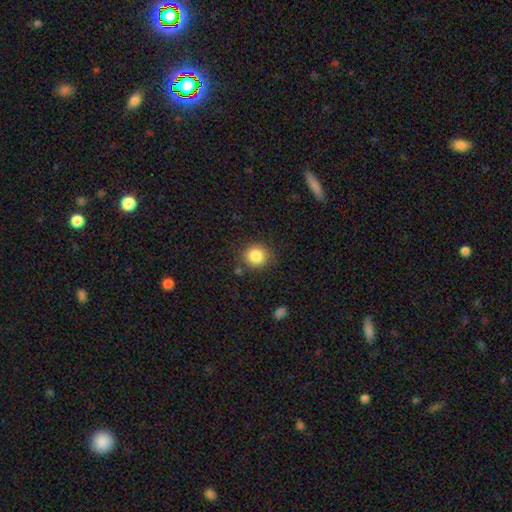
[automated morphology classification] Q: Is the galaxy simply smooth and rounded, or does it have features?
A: smooth — 85%.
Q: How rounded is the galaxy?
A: round — 86%.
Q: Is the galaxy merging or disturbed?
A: none — 84%.